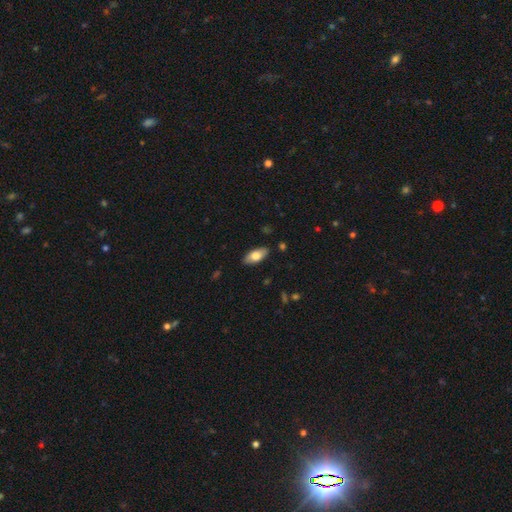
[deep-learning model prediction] smooth-or-featured: smooth: 72% | featured or disk: 22% | star or artifact: 6%
  how-rounded: in between: 87% | cigar-shaped: 10% | round: 2%
  merging: none: 86% | minor disturbance: 11% | major disturbance: 2% | merger: 1%